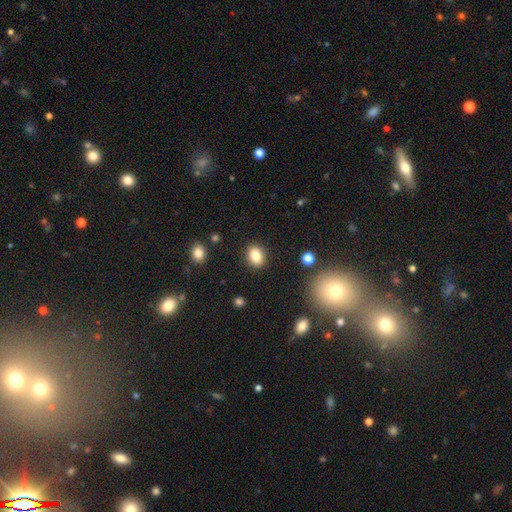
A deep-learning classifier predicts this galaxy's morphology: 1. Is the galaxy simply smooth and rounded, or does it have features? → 83% smooth, 10% star or artifact, 7% featured or disk.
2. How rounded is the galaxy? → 63% in between, 36% round, 1% cigar-shaped.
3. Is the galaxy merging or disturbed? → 88% none, 8% minor disturbance, 2% major disturbance, 2% merger.